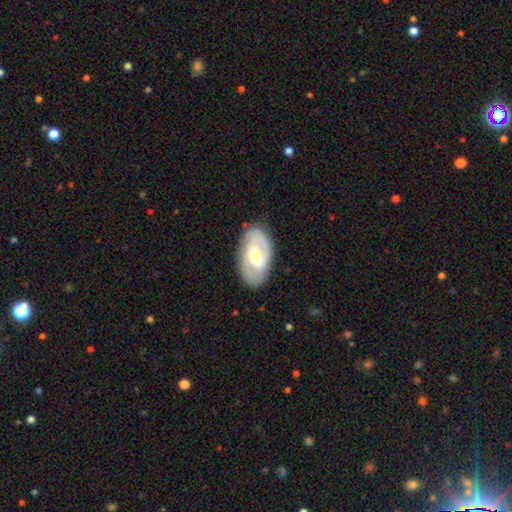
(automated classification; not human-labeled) featured or disk 71%, smooth 24%, star or artifact 5%. Down the decision tree: edge-on disk — no (94%); bar — weak (44%); spiral arms — yes (70%); bulge size — moderate (56%); merging — none (83%).